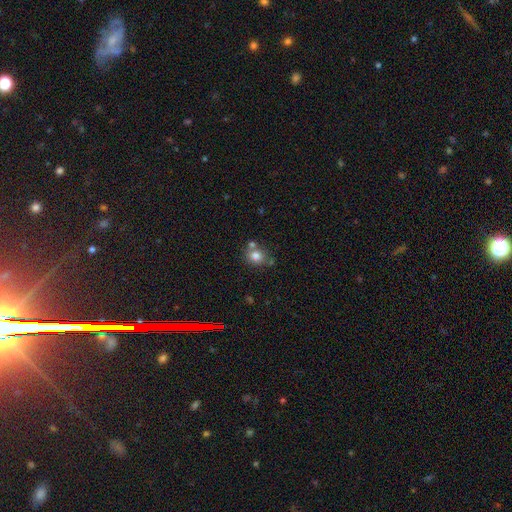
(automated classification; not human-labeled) Smooth or featured: smooth — 79% (star or artifact — 12%)
How rounded: round — 76% (in between — 23%)
Merging: none — 61% (merger — 22%)